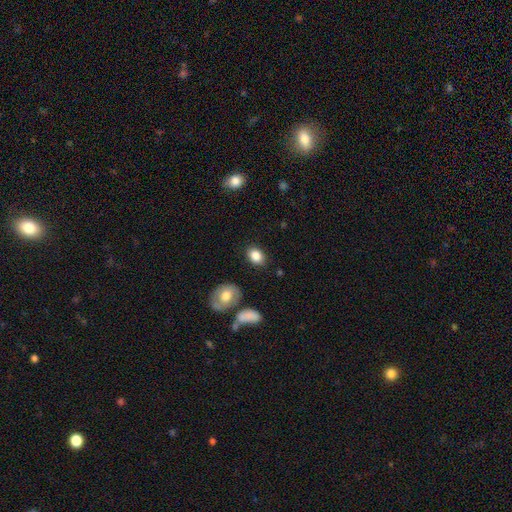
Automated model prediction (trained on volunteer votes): This is clearly a smooth galaxy (85%). How rounded: likely in between (72%). Merging: clearly none (82%).